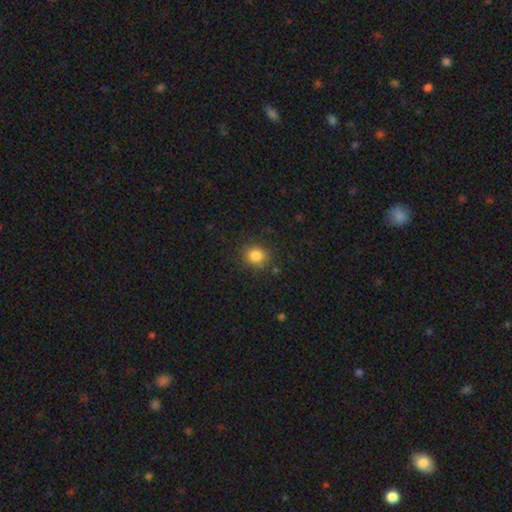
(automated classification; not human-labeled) This appears to be a smooth galaxy with no disk features (84%) that is round (78%). Merging: none (84%).